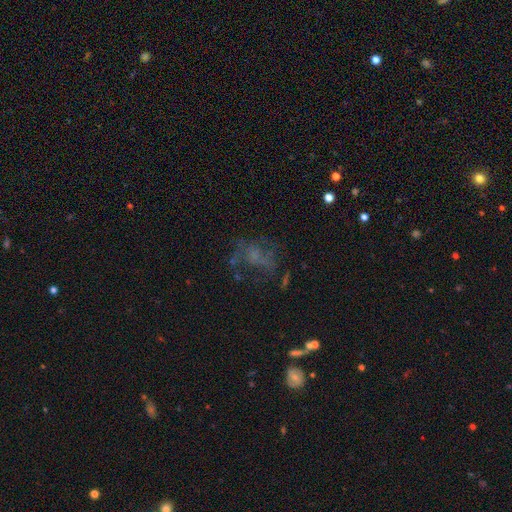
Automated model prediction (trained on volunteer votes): A featured or disk galaxy (43%). Merging: none (48%).